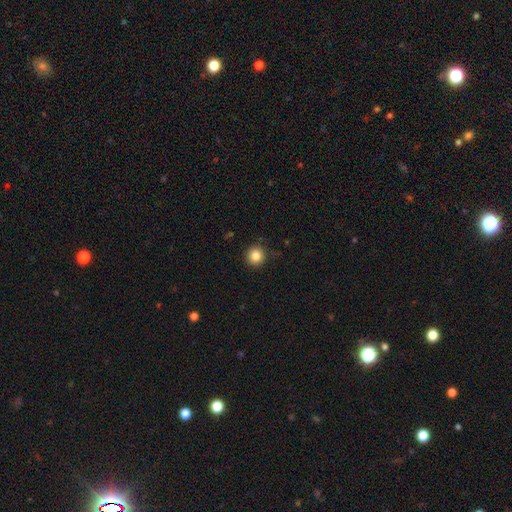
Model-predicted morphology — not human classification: This is clearly a smooth galaxy (84%). How rounded: clearly round (93%). Merging: clearly none (89%).